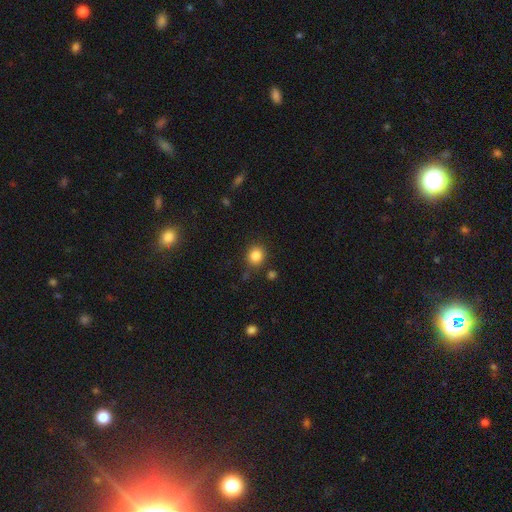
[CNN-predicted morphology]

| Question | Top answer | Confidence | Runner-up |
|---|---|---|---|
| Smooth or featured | smooth | 85% | star or artifact (11%) |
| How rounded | round | 84% | in between (15%) |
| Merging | none | 83% | minor disturbance (10%) |